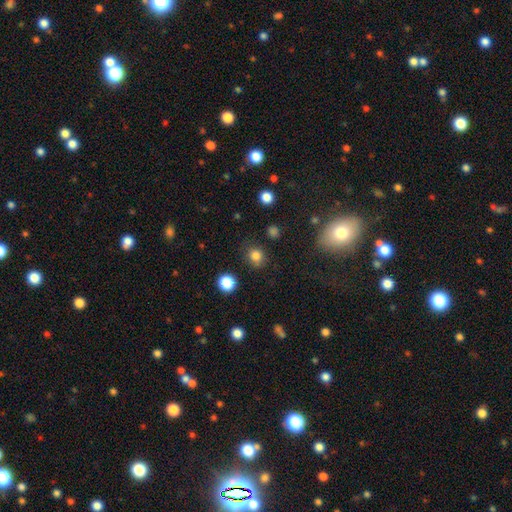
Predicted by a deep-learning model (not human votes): Smooth or featured: smooth — 82% (star or artifact — 14%)
How rounded: round — 75% (in between — 24%)
Merging: none — 82% (minor disturbance — 12%)